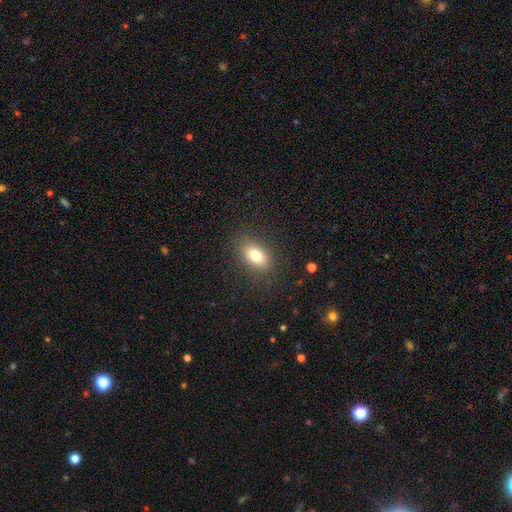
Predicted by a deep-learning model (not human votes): smooth-or-featured: smooth: 78% | featured or disk: 12% | star or artifact: 10%
  how-rounded: in between: 84% | round: 13% | cigar-shaped: 3%
  merging: none: 85% | minor disturbance: 10% | major disturbance: 4% | merger: 1%